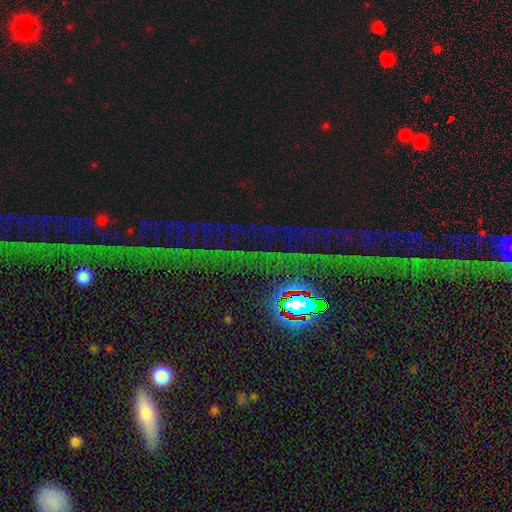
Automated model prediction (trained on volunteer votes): The model was most divided on "smooth or featured": star or artifact: 78%, featured or disk: 12%, smooth: 10%.